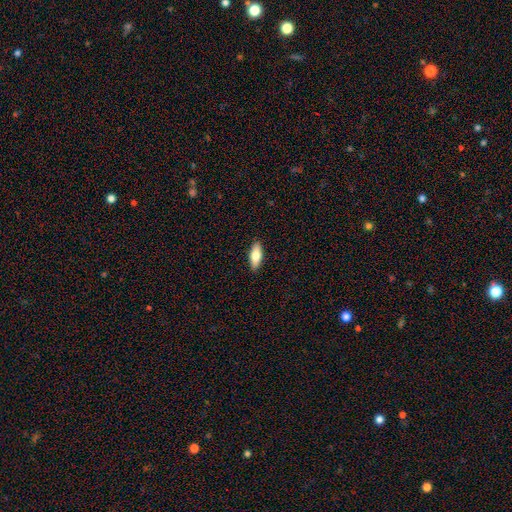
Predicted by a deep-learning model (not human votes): Q: Smooth or featured?
A: smooth (73%); runner-up: featured or disk (21%)
Q: How rounded?
A: in between (73%); runner-up: cigar-shaped (25%)
Q: Merging?
A: none (90%); runner-up: minor disturbance (8%)